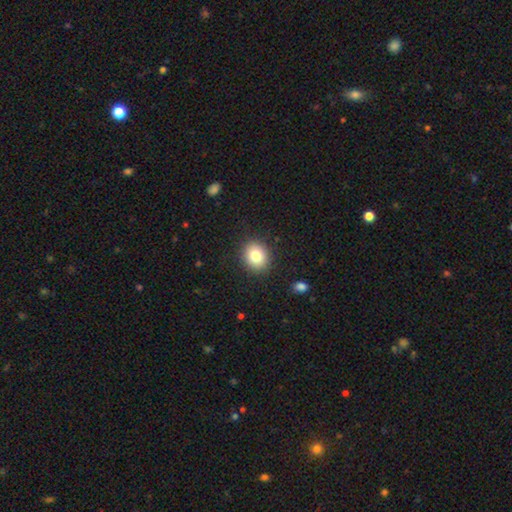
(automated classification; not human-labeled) Smooth or featured: smooth — 80% (star or artifact — 10%)
How rounded: round — 72% (in between — 28%)
Merging: none — 89% (minor disturbance — 7%)